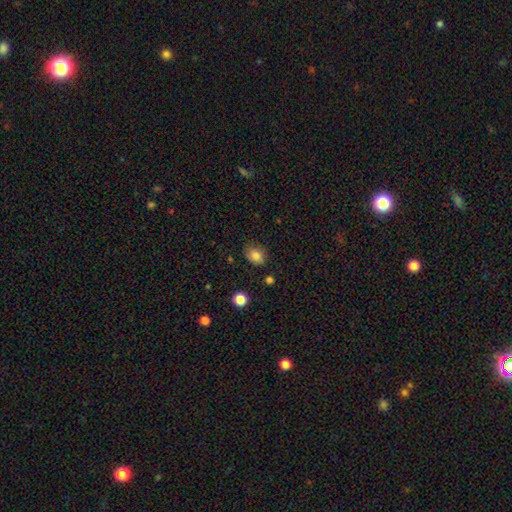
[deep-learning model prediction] This appears to be a smooth galaxy with no disk features (83%) that is in between round and cigar-shaped (59%). Merging: none (80%).